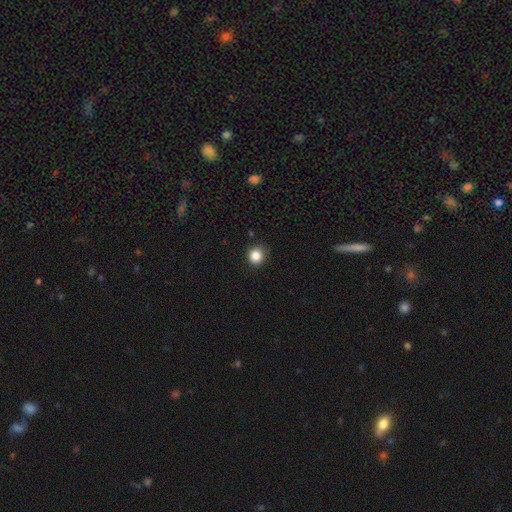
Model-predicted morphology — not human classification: Smooth or featured: smooth — 84% (star or artifact — 11%)
How rounded: round — 86% (in between — 13%)
Merging: none — 83% (minor disturbance — 13%)